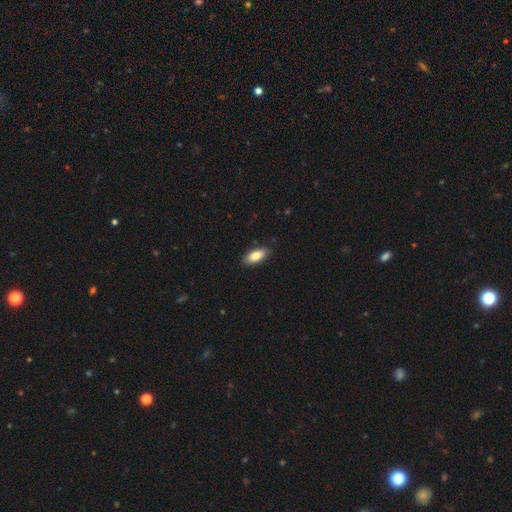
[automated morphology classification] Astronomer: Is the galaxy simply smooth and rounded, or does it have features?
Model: smooth — 83%.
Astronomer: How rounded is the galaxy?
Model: in between — 85%.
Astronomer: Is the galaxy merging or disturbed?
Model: none — 87%.